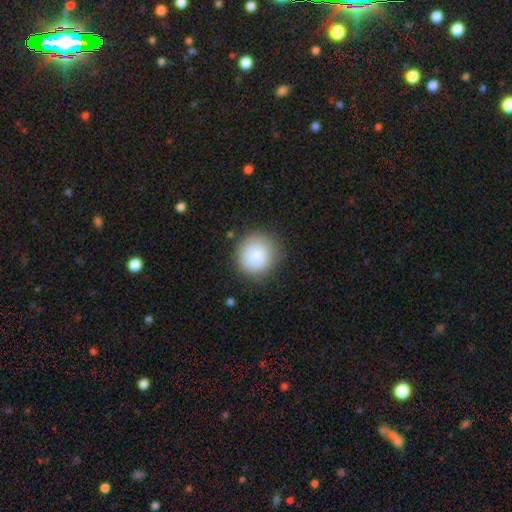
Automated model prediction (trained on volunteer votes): Smooth or featured? smooth (85%)
How rounded? round (93%)
Merging? none (82%)